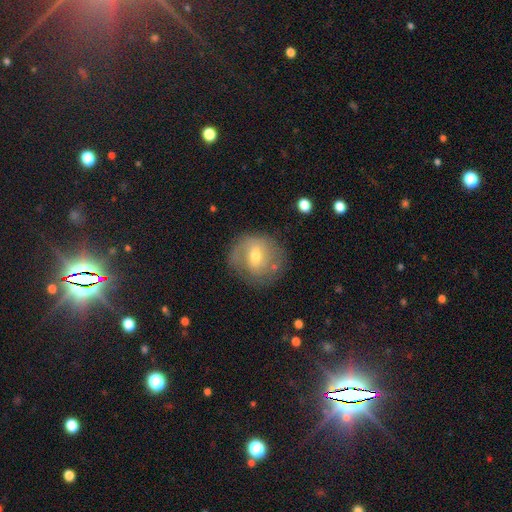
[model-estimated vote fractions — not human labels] A featured or disk galaxy (55%) with a weak bar (49%), spiral arms (68%) and a moderate central bulge (64%). Merging: none (69%).